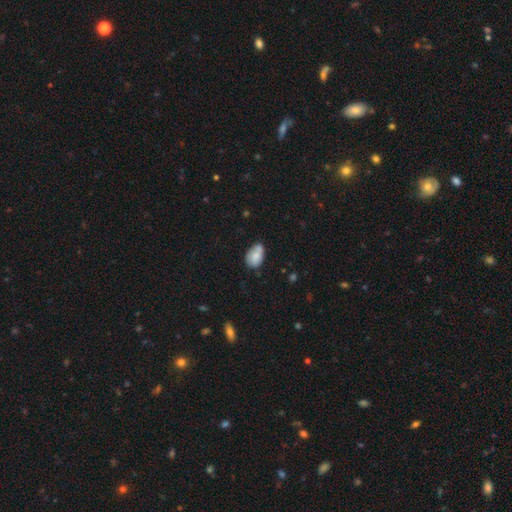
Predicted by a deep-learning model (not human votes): Smooth or featured? smooth (75%)
How rounded? in between (85%)
Merging? none (47%)